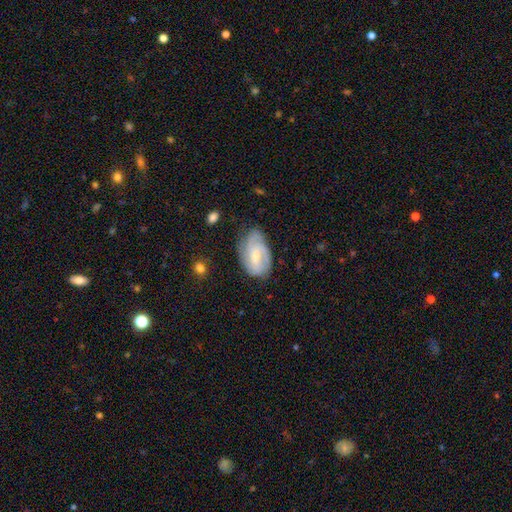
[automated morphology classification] Overall: featured or disk (66%; smooth 27%). Edge-on disk: no (96%). Bar: weak (48%; no 38%). Spiral arms: yes (89%). Spiral arm count: can't tell (32%; 3 25%). Spiral winding: tight (46%; medium 39%). Bulge size: small (55%; moderate 37%). Merging: none (60%; minor disturbance 28%).